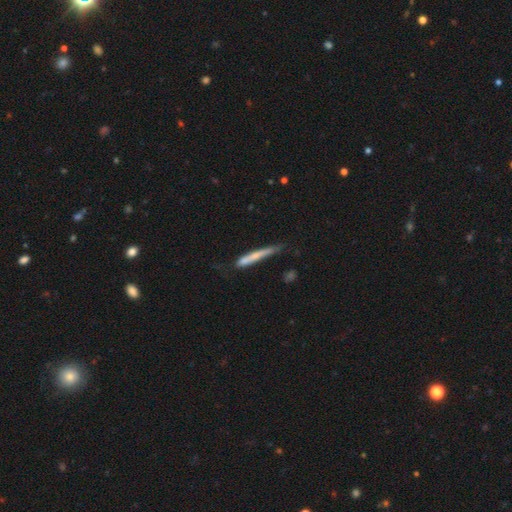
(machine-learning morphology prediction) Overall: smooth (64%; featured or disk 30%). How rounded: cigar-shaped (95%). Merging: none (58%; minor disturbance 29%).